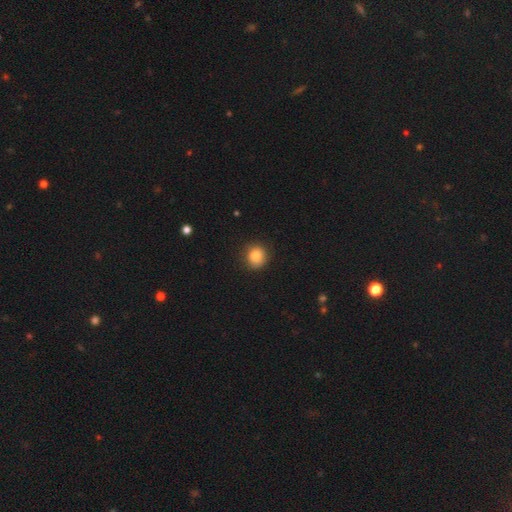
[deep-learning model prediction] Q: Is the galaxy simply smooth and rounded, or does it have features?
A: smooth — 82%.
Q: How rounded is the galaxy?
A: round — 86%.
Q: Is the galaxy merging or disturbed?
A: none — 87%.